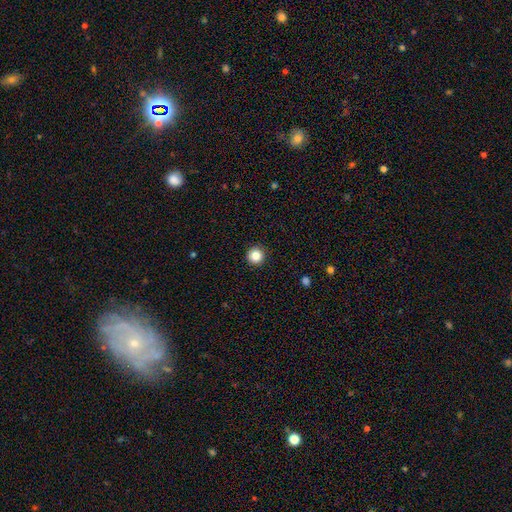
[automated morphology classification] Smooth or featured? Predicted: smooth (p=0.84). How rounded? Predicted: round (p=0.96). Merging? Predicted: none (p=0.93).